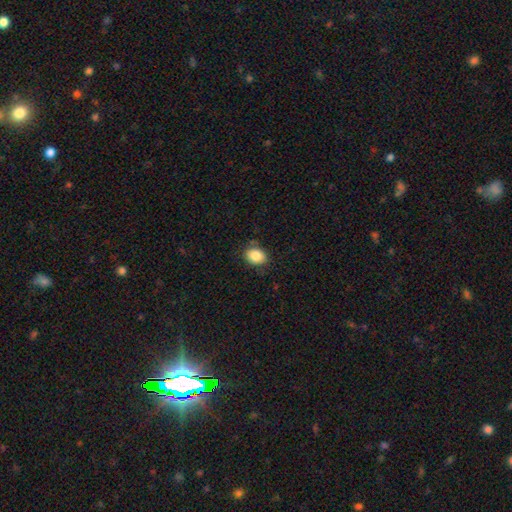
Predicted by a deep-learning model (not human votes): A smooth galaxy with no disk features (86%) that is in between round and cigar-shaped (65%).

Vote fractions:
- Smooth or featured? smooth: 86% / star or artifact: 9% / featured or disk: 6%
- How rounded? in between: 65% / round: 34% / cigar-shaped: 1%
- Merging? none: 79% / minor disturbance: 15% / major disturbance: 4% / merger: 2%